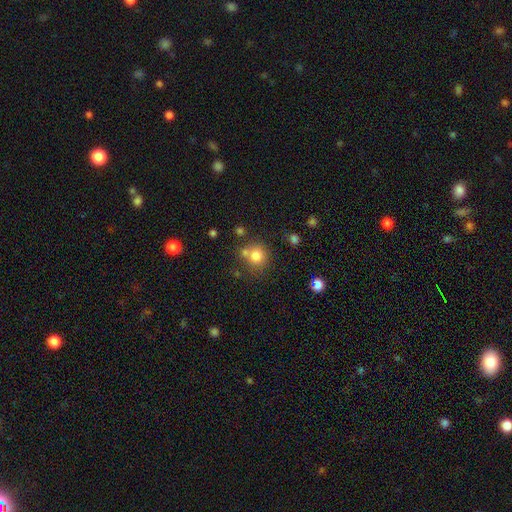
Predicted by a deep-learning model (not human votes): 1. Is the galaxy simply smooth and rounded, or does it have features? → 79% smooth, 12% star or artifact, 9% featured or disk.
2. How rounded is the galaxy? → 88% round, 11% in between, 1% cigar-shaped.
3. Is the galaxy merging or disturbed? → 64% none, 20% merger, 11% minor disturbance, 4% major disturbance.